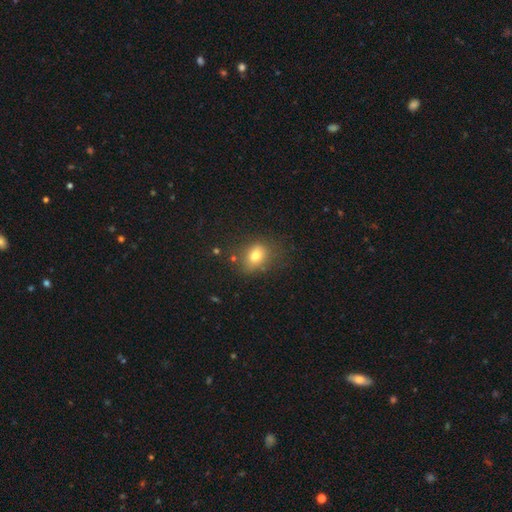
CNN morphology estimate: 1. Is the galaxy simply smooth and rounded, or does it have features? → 76% smooth, 12% star or artifact, 12% featured or disk.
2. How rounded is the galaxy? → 58% in between, 41% round, 1% cigar-shaped.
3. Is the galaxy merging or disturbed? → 67% none, 21% minor disturbance, 8% major disturbance, 4% merger.